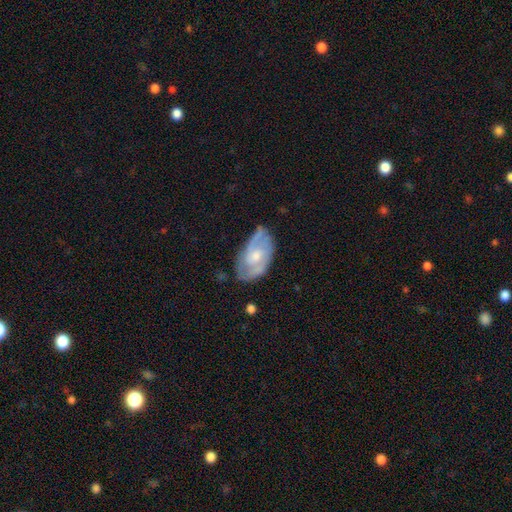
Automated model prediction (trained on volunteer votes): Smooth or featured: featured or disk — 70% (smooth — 25%)
Edge-on disk: no — 94% (yes — 6%)
Bar: no — 63% (weak — 33%)
Spiral arms: yes — 82% (no — 18%)
Spiral winding: medium — 43% (tight — 40%)
Spiral arm count: 2 — 49% (can't tell — 30%)
Bulge size: moderate — 53% (small — 38%)
Merging: none — 62% (minor disturbance — 28%)